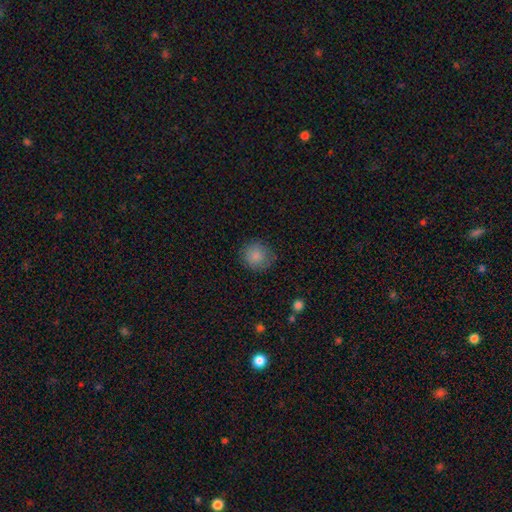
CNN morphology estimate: type=smooth (85%); roundness=round (91%); merging=none (81%).